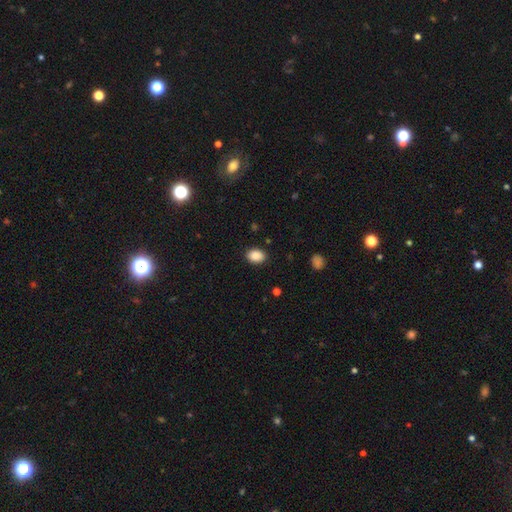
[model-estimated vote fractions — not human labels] This is clearly a smooth galaxy (88%). How rounded: likely in between (76%). Merging: clearly none (88%).